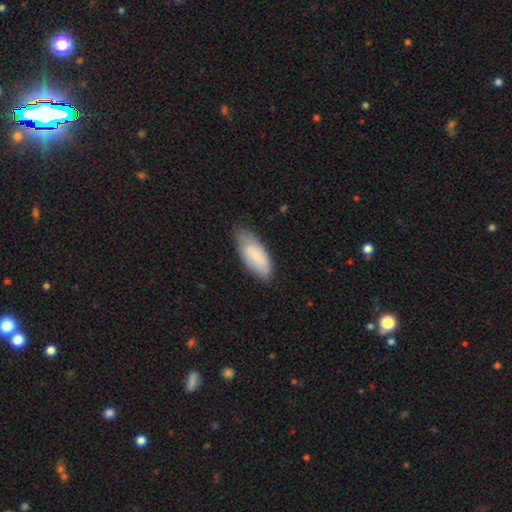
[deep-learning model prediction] This is likely a smooth galaxy (69%). How rounded: clearly in between (83%). Merging: likely none (74%).